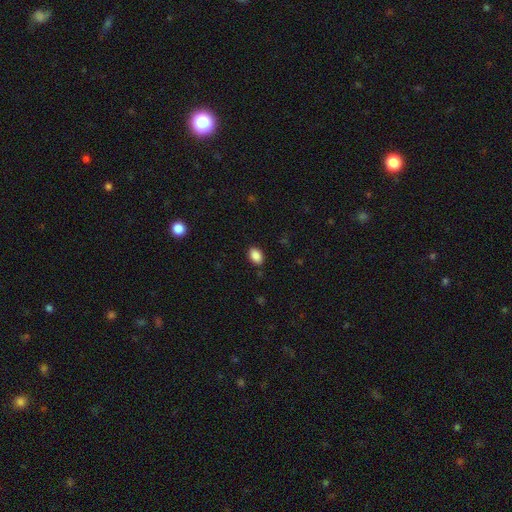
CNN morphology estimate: The model was most divided on "how rounded": in between: 84%, round: 15%, cigar-shaped: 1%. More confident: smooth or featured — smooth (88%); merging — none (87%).